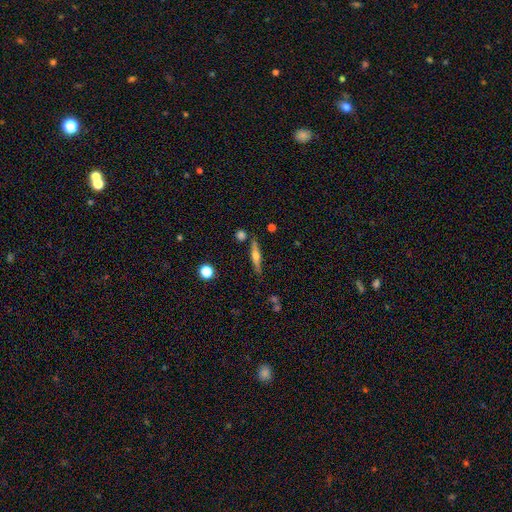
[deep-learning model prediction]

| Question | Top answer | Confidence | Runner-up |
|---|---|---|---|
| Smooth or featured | featured or disk | 59% | smooth (34%) |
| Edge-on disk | yes | 95% | no (5%) |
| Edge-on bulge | rounded | 90% | boxy (5%) |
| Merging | none | 81% | minor disturbance (11%) |